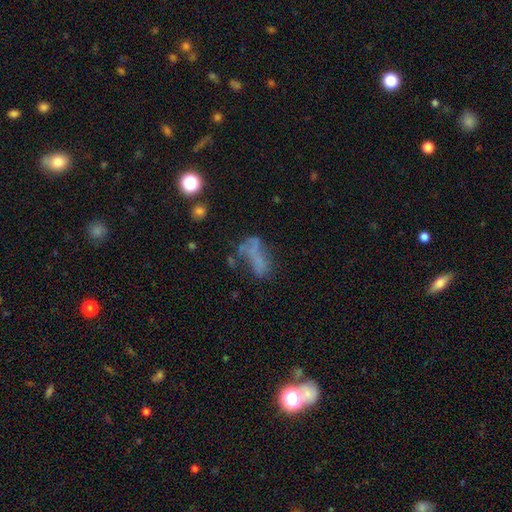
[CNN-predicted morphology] This appears to be a smooth galaxy with no disk features (43%). Merging: none (35%).